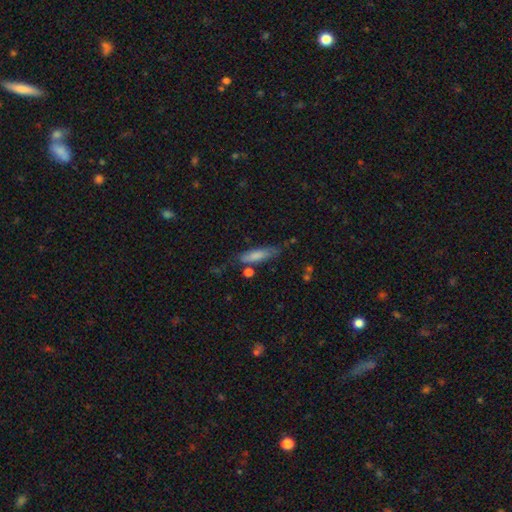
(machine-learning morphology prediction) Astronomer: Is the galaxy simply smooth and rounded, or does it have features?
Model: smooth — 77%.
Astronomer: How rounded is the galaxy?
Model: cigar-shaped — 64%.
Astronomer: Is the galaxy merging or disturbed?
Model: none — 63%.